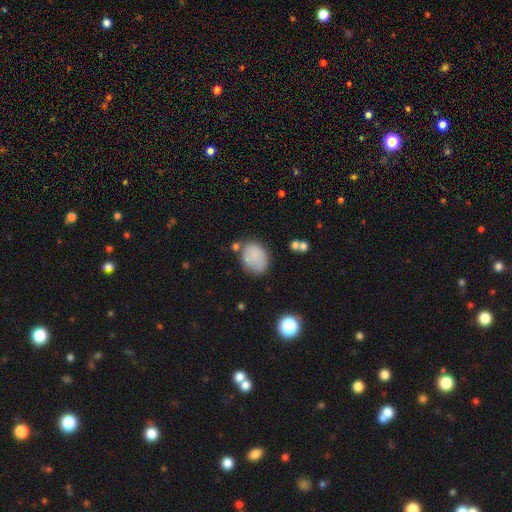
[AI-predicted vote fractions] smooth 81%, featured or disk 10%, star or artifact 9%. Down the decision tree: how rounded — in between (63%); merging — none (61%).